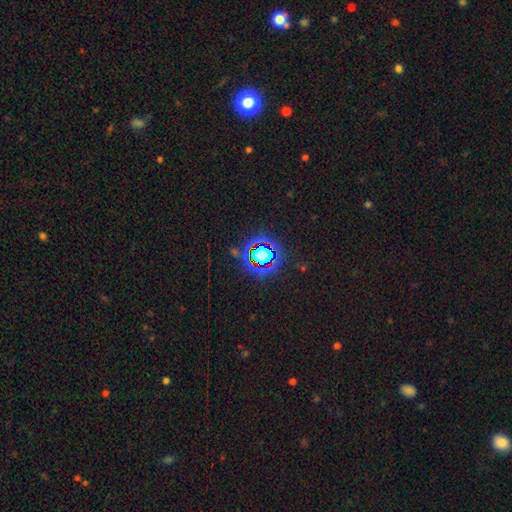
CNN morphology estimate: star or artifact 81%, smooth 11%, featured or disk 8%.